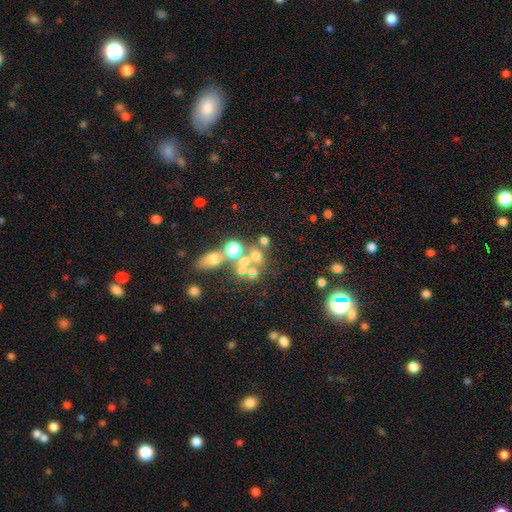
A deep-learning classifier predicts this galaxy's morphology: Smooth or featured? Predicted: smooth (p=0.46). Merging? Predicted: merger (p=0.42).